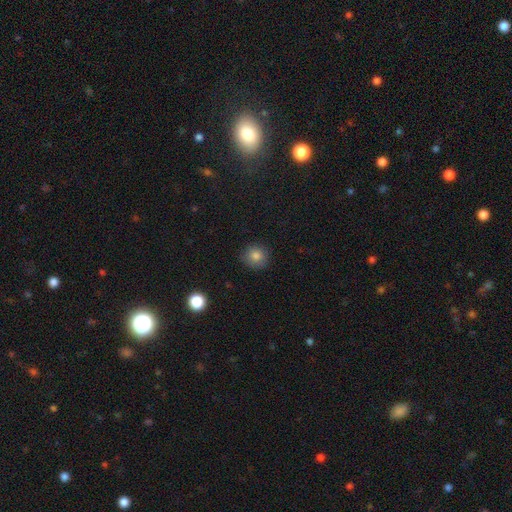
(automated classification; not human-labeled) This appears to be a smooth galaxy with no disk features (81%) that is round (91%). Merging: none (87%).